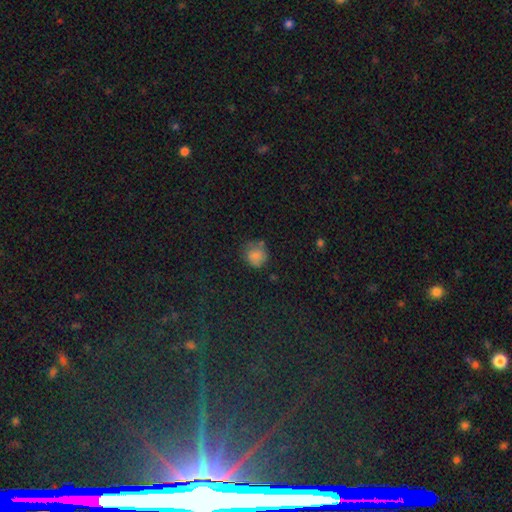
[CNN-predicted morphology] This is likely a smooth galaxy (77%). How rounded: clearly round (84%). Merging: possibly none (59%).